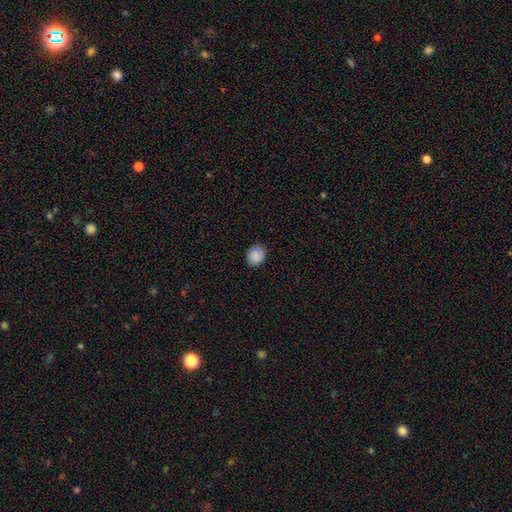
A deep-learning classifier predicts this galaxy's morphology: This appears to be a smooth galaxy with no disk features (84%) that is round (64%). Merging: none (85%).